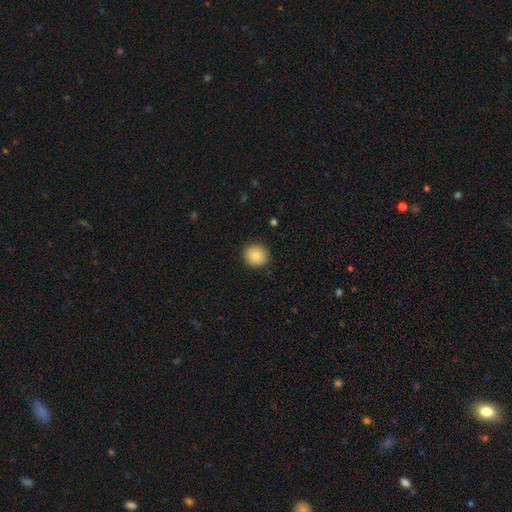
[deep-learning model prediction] Smooth or featured?
  - smooth: 83% *
  - star or artifact: 9%
  - featured or disk: 8%
How rounded?
  - round: 92% *
  - in between: 7%
  - cigar-shaped: 1%
Merging?
  - none: 91% *
  - minor disturbance: 7%
  - major disturbance: 2%
  - merger: 1%